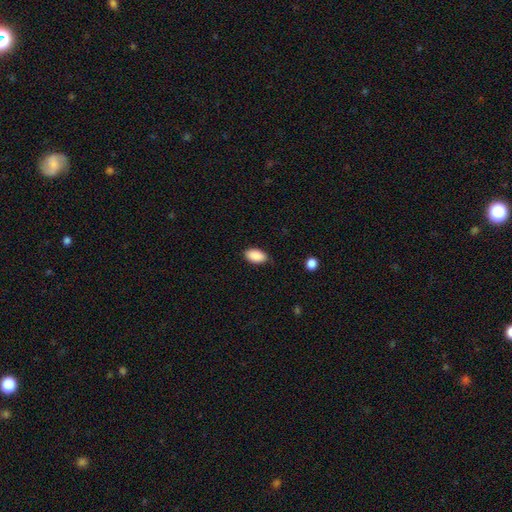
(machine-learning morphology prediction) smooth 89%, star or artifact 7%, featured or disk 4%. Down the decision tree: how rounded — in between (94%); merging — none (83%).